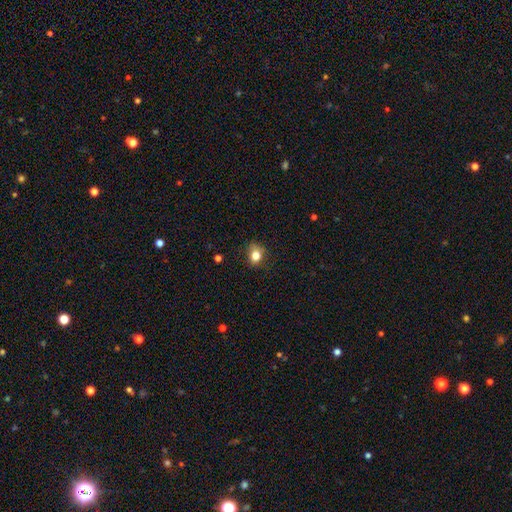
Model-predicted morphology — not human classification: Overall: smooth (80%). How rounded: round (55%; in between 44%). Merging: none (70%).